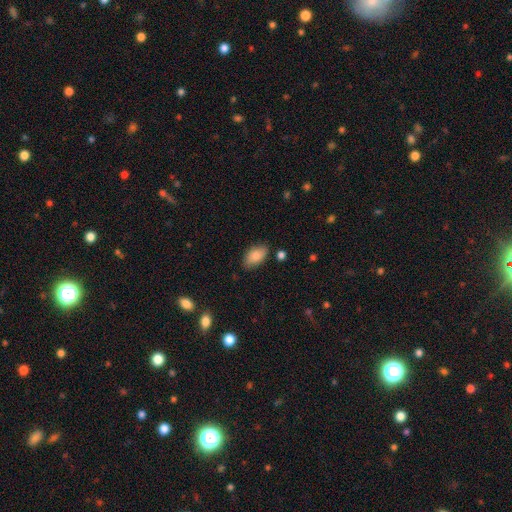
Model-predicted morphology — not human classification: The model was most divided on "merging": none: 81%, minor disturbance: 14%, major disturbance: 3%, merger: 2%. More confident: how rounded — in between (93%); smooth or featured — smooth (85%).